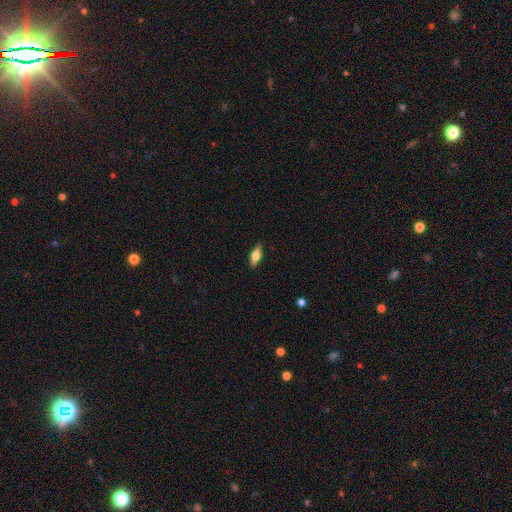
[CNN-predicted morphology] The model was most divided on "smooth or featured": smooth: 54%, featured or disk: 39%, star or artifact: 7%. More confident: merging — none (88%); how rounded — in between (62%).